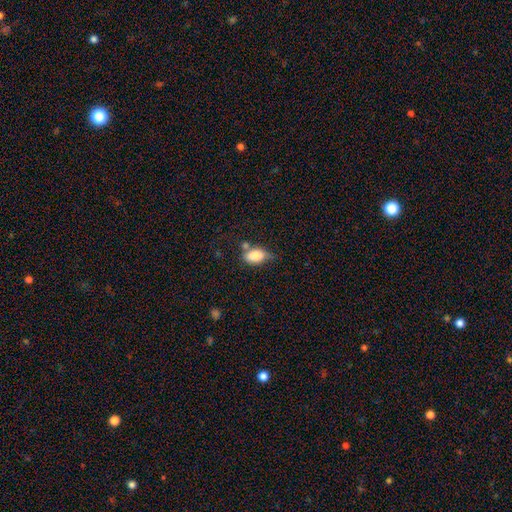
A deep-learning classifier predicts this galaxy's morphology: Smooth or featured: smooth — 81% (featured or disk — 10%)
How rounded: in between — 86% (round — 11%)
Merging: none — 49% (minor disturbance — 29%)